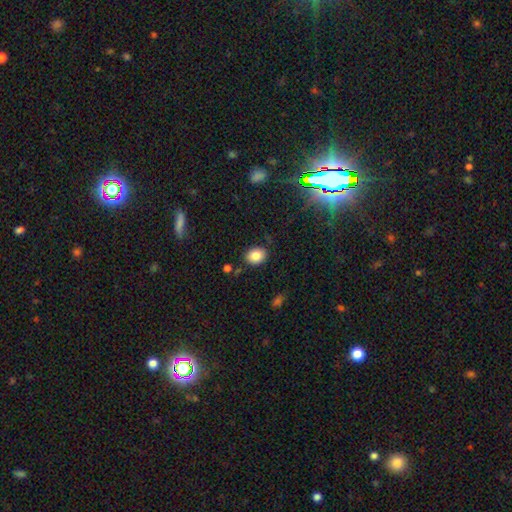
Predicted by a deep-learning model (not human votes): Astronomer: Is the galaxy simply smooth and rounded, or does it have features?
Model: smooth — 84%.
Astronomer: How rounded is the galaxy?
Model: in between — 53% (runner-up: round, 46%).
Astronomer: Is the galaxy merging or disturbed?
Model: none — 84%.